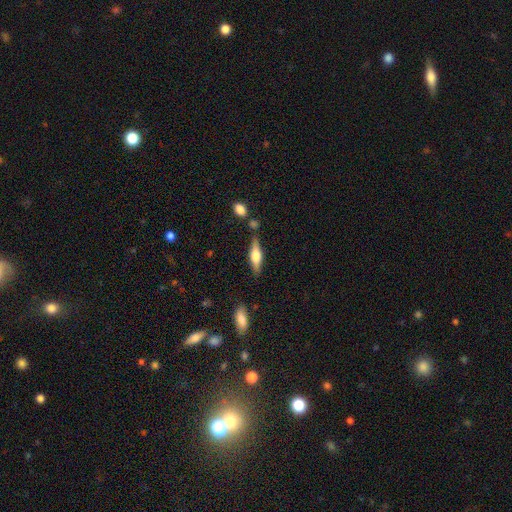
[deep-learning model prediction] Smooth or featured: featured or disk — 54% (smooth — 40%)
Edge-on disk: yes — 94% (no — 6%)
Edge-on bulge: rounded — 86% (boxy — 11%)
Merging: none — 76% (minor disturbance — 13%)